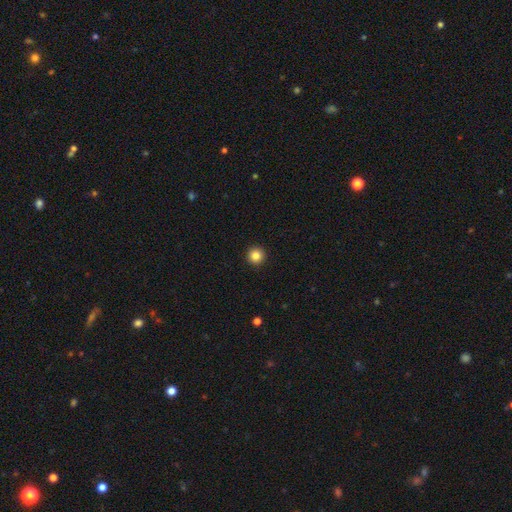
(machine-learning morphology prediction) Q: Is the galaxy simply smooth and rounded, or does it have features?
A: smooth — 85%.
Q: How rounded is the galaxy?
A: round — 96%.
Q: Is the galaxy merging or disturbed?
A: none — 94%.